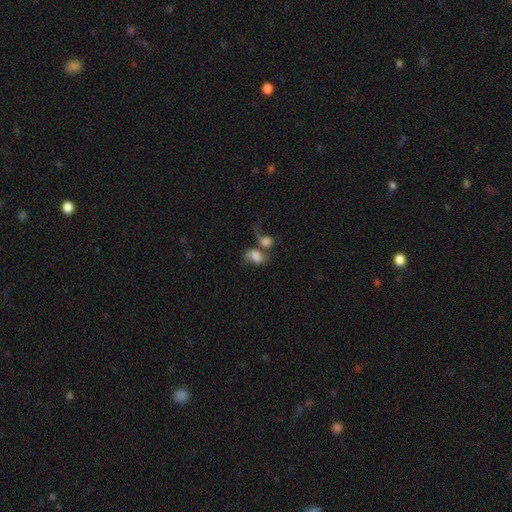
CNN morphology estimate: This is likely a smooth galaxy (60%). How rounded: likely in between (67%). Merging: likely merger (63%).